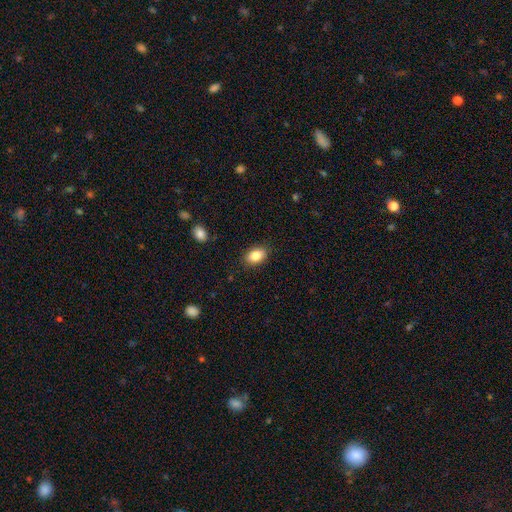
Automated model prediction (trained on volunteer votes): The model was most divided on "how rounded": in between: 85%, round: 13%, cigar-shaped: 1%. More confident: merging — none (87%); smooth or featured — smooth (86%).